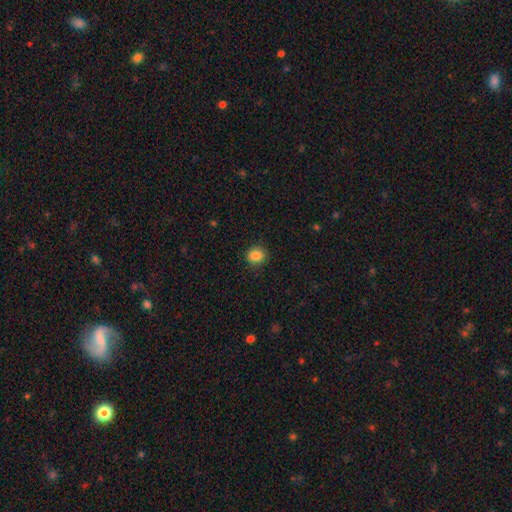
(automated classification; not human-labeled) This appears to be a smooth galaxy with no disk features (86%) that is round (77%). Merging: none (89%).